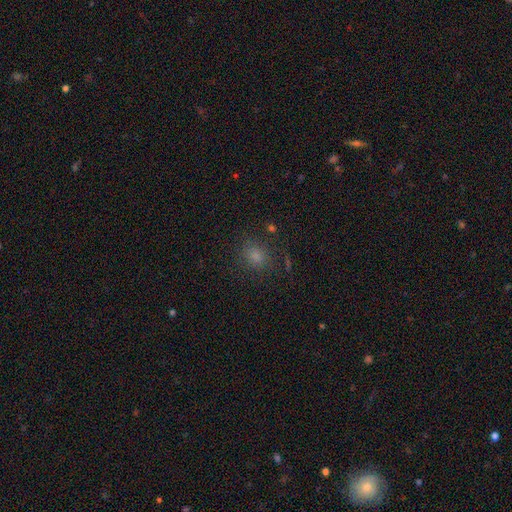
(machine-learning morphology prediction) Smooth or featured? Predicted: smooth (p=0.75). How rounded? Predicted: round (p=0.70). Merging? Predicted: none (p=0.81).